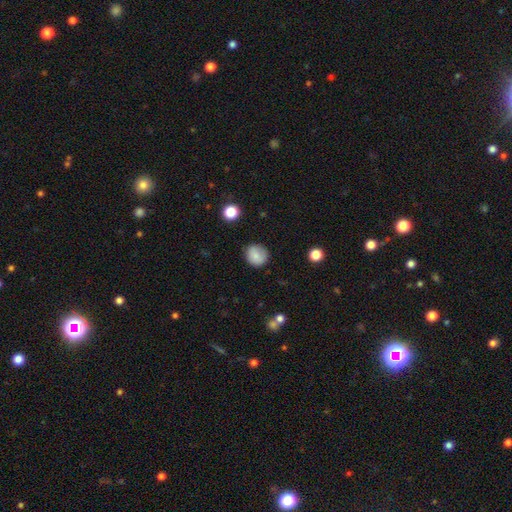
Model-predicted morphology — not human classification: This is clearly a smooth galaxy (81%). How rounded: clearly round (87%). Merging: clearly none (82%).